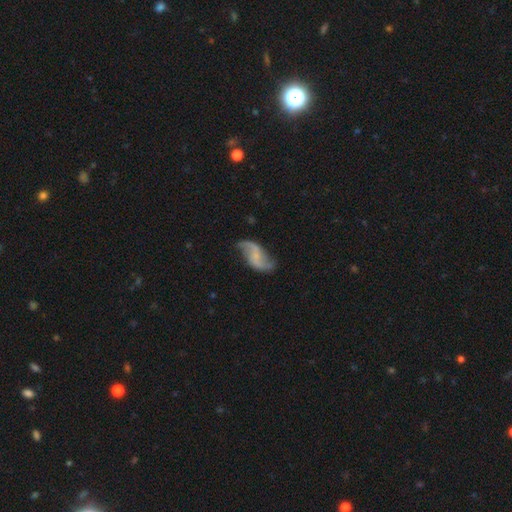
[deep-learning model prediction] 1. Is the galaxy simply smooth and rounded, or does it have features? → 83% featured or disk, 11% smooth, 5% star or artifact.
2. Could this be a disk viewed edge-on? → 97% no, 3% yes.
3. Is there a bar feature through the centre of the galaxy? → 49% no, 39% weak, 12% strong.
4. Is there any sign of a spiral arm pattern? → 95% yes, 5% no.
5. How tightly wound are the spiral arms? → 82% loose, 14% medium, 4% tight.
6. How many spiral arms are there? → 93% 2, 2% can't tell, 2% 1, 1% 3, 1% 4, 1% more than 4.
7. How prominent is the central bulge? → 54% small, 32% none, 12% moderate, 1% large, 1% dominant.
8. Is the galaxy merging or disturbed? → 72% none, 19% minor disturbance, 8% major disturbance, 2% merger.